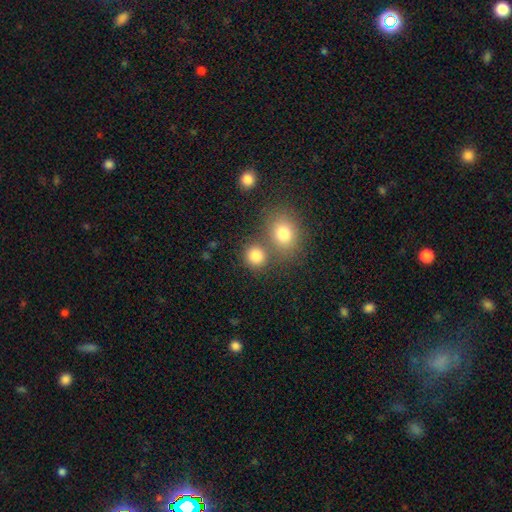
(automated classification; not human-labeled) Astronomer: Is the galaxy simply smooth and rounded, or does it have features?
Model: smooth — 82%.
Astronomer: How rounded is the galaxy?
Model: round — 82%.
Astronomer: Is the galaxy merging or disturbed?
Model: none — 64%.